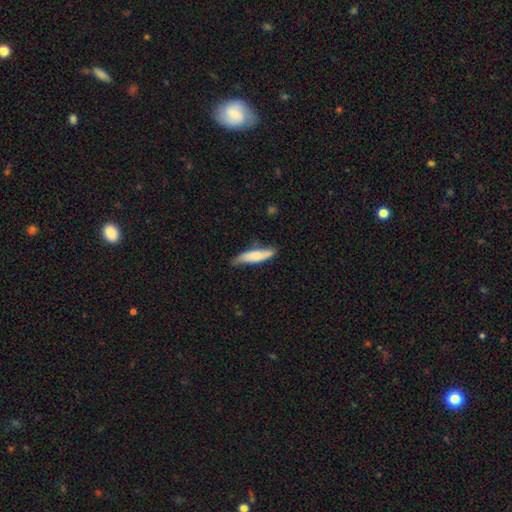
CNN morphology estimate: smooth-or-featured: smooth: 71% | featured or disk: 24% | star or artifact: 6%
  how-rounded: cigar-shaped: 67% | in between: 31% | round: 2%
  merging: none: 62% | minor disturbance: 30% | major disturbance: 5% | merger: 2%